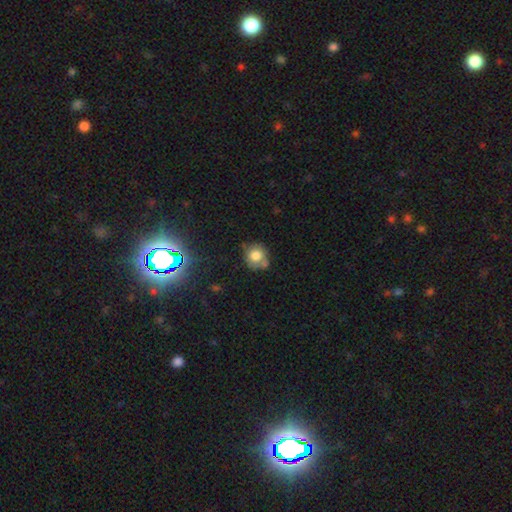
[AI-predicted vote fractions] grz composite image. It shows a smooth galaxy with no disk features (73%) that is round (83%). Merging: none (59%).